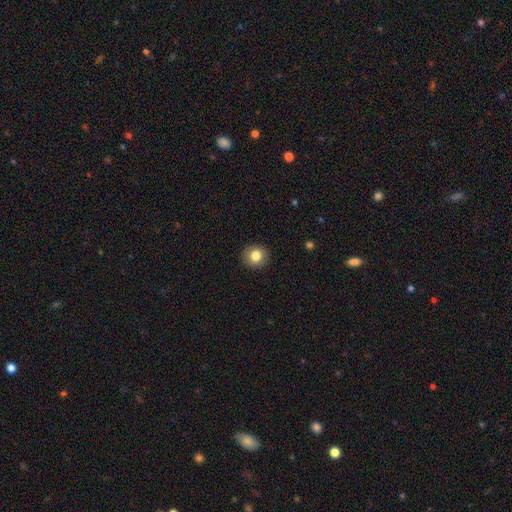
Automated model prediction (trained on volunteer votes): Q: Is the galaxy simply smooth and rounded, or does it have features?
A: smooth — 82%.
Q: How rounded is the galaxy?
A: round — 86%.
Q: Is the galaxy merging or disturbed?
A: none — 91%.